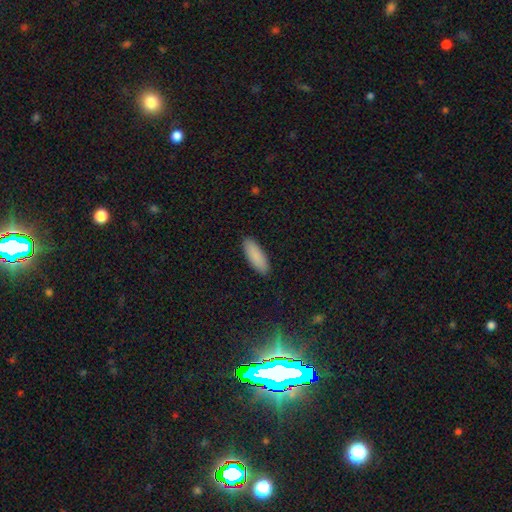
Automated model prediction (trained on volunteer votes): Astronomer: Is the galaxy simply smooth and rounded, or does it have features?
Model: smooth — 89%.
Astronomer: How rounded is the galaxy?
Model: in between — 60% (runner-up: cigar-shaped, 38%).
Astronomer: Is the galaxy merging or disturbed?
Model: none — 91%.